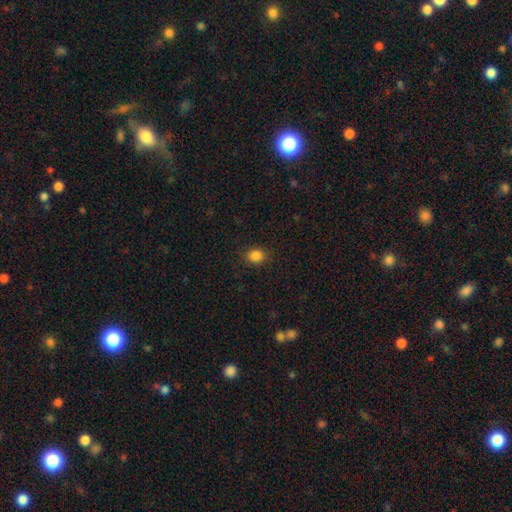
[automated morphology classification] This appears to be a smooth galaxy with no disk features (85%) that is round (62%). Merging: none (88%).